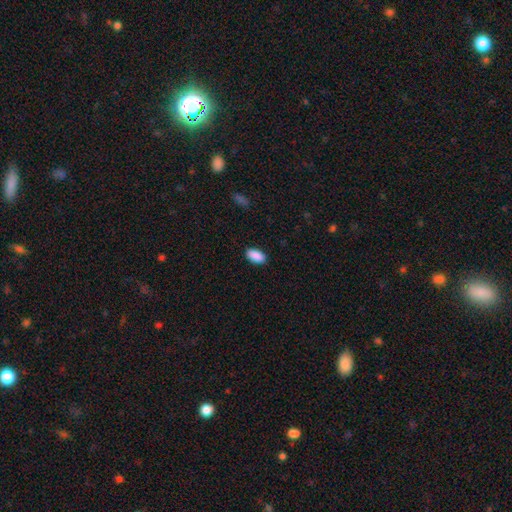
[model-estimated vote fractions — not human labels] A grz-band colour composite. It shows a smooth galaxy with no disk features (90%) that is in between round and cigar-shaped (93%). Merging: none (88%).